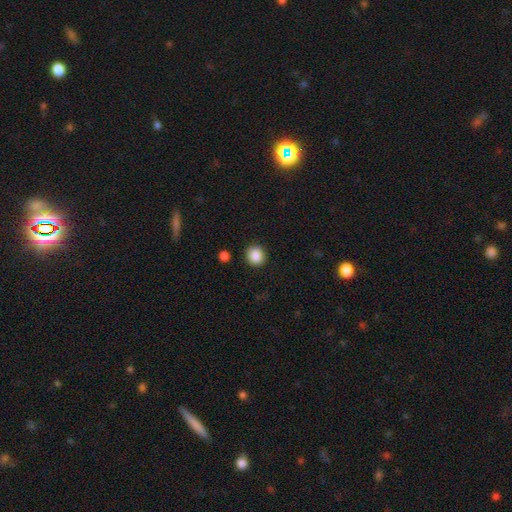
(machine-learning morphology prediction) The model was most divided on "smooth or featured": smooth: 87%, star or artifact: 9%, featured or disk: 4%. More confident: how rounded — round (91%); merging — none (89%).